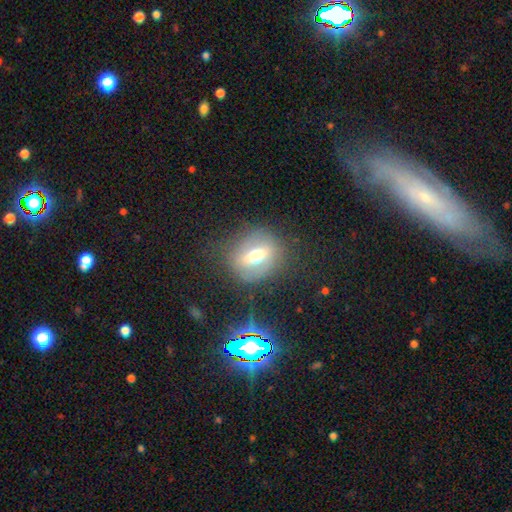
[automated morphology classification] Q: Smooth or featured?
A: featured or disk (46%); runner-up: smooth (43%)
Q: Merging?
A: none (74%); runner-up: minor disturbance (15%)